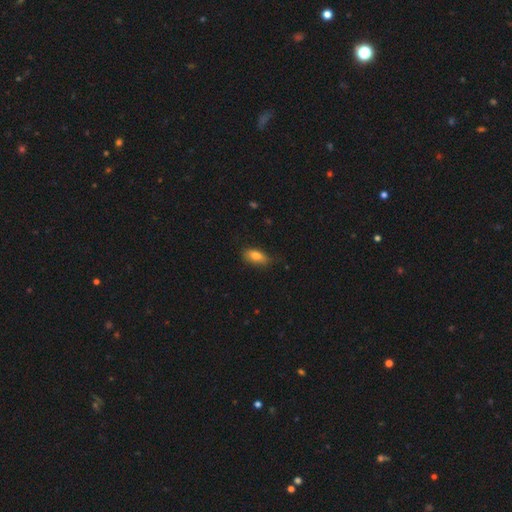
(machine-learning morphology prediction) type=smooth (81%); roundness=in between (84%); merging=none (72%).